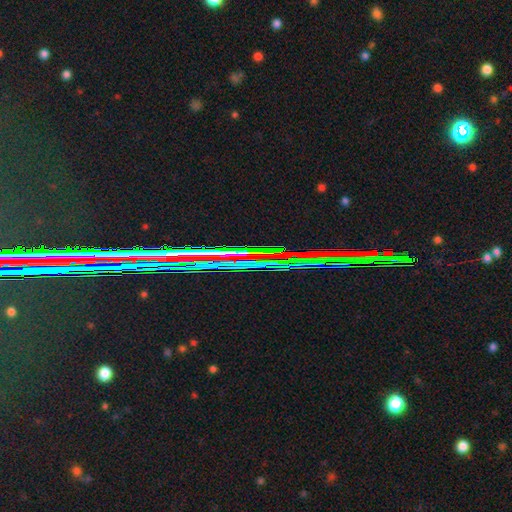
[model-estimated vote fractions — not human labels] This is possibly a star or artifact rather than a galaxy (58%).